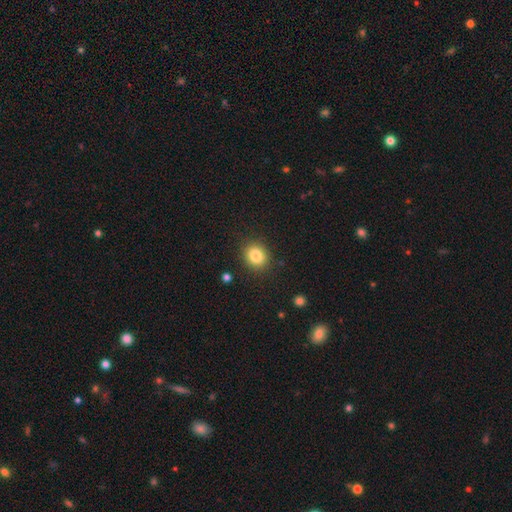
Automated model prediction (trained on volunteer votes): Smooth or featured? Predicted: smooth (p=0.84). How rounded? Predicted: round (p=0.73). Merging? Predicted: none (p=0.88).